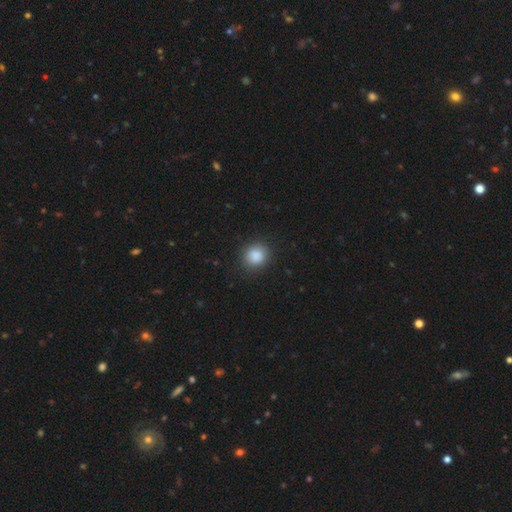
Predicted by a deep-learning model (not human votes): A smooth galaxy with no disk features (88%) that is round (84%).

Vote fractions:
- Smooth or featured? smooth: 88% / star or artifact: 9% / featured or disk: 3%
- How rounded? round: 84% / in between: 15% / cigar-shaped: 1%
- Merging? none: 88% / minor disturbance: 8% / major disturbance: 3% / merger: 1%